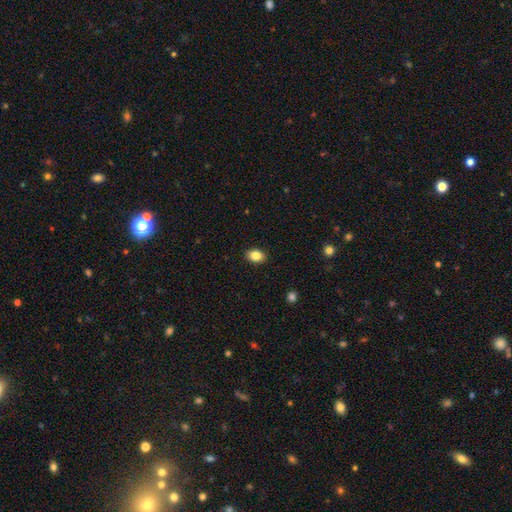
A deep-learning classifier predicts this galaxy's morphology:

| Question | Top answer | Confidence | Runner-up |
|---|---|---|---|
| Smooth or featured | smooth | 85% | star or artifact (9%) |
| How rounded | in between | 75% | round (24%) |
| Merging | none | 89% | minor disturbance (8%) |